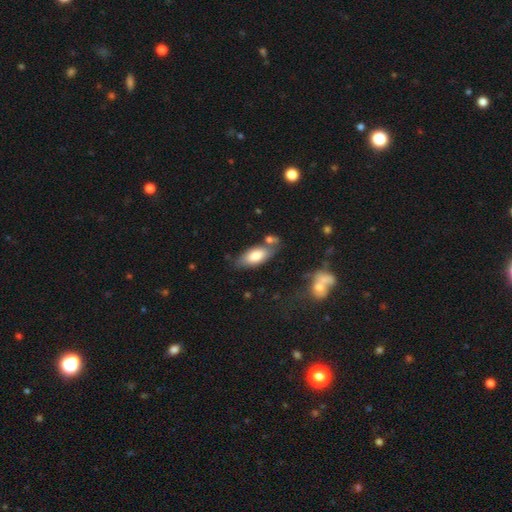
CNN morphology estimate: A smooth galaxy with no disk features (77%) that is in between round and cigar-shaped (86%). Merging: none (66%).